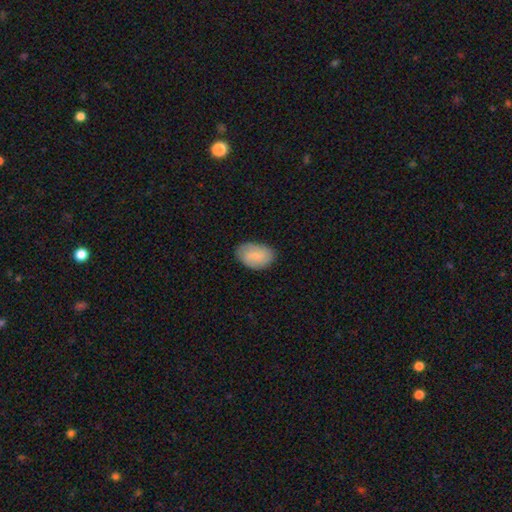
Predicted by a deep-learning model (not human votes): smooth-or-featured: smooth: 63% | featured or disk: 31% | star or artifact: 7%
  how-rounded: in between: 87% | round: 12% | cigar-shaped: 1%
  merging: none: 80% | minor disturbance: 16% | major disturbance: 3% | merger: 1%